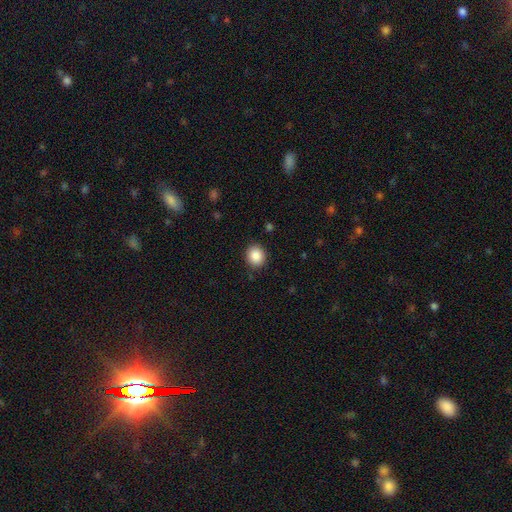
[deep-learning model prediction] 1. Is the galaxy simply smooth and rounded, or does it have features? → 88% smooth, 8% star or artifact, 4% featured or disk.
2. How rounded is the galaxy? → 73% round, 26% in between, 1% cigar-shaped.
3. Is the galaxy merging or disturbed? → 89% none, 8% minor disturbance, 2% major disturbance, 1% merger.